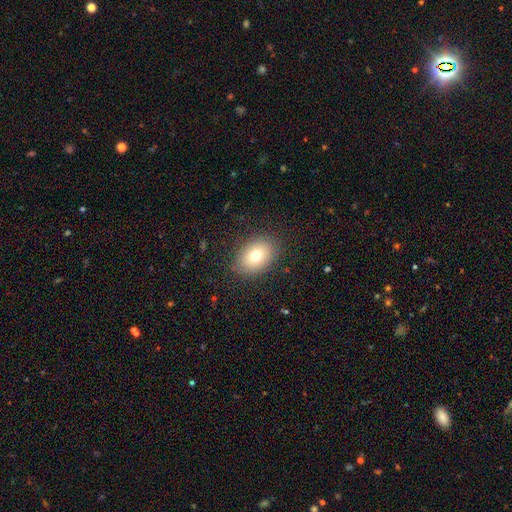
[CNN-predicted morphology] A smooth galaxy with no disk features (74%) that is in between round and cigar-shaped (74%). Merging: none (85%).